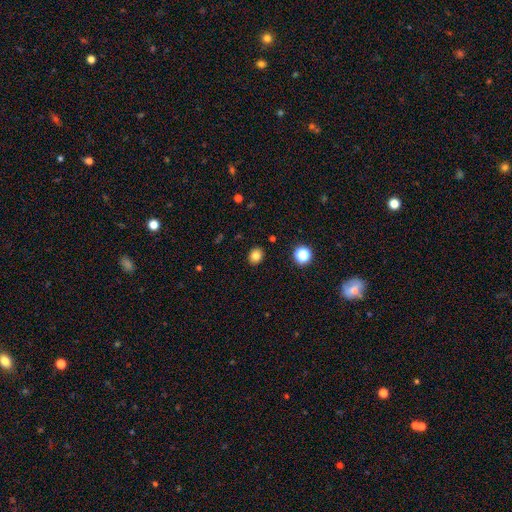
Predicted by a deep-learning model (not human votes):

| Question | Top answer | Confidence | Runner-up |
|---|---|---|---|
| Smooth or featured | smooth | 81% | star or artifact (13%) |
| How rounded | round | 62% | in between (37%) |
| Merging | none | 90% | minor disturbance (7%) |